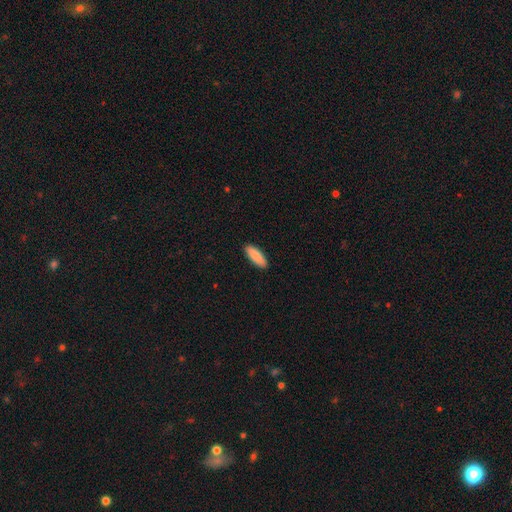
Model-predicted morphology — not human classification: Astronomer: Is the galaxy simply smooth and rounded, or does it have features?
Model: smooth — 88%.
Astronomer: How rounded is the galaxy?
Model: in between — 62%.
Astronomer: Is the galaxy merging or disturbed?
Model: none — 91%.